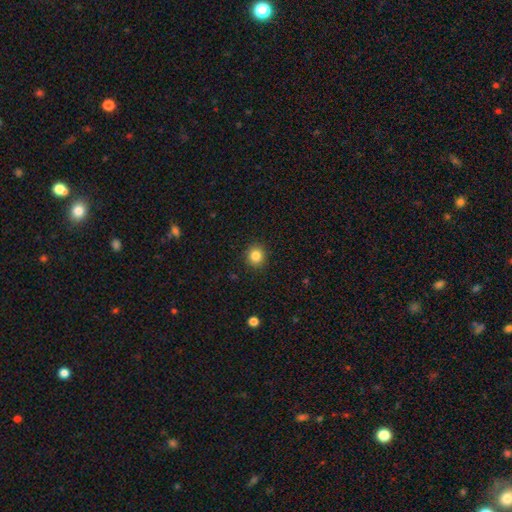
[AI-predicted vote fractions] This appears to be a smooth galaxy with no disk features (84%) that is round (89%). Merging: none (91%).